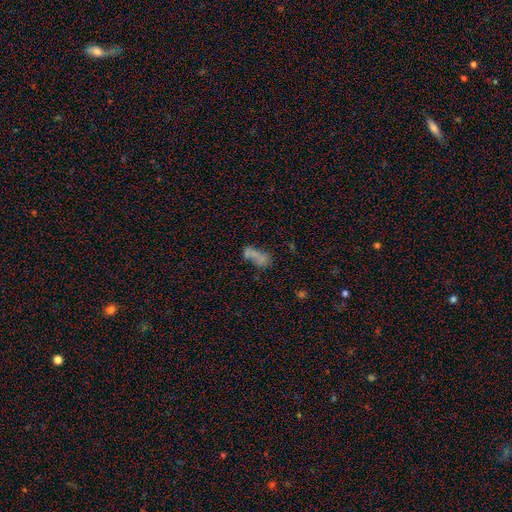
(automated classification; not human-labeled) This appears to be a smooth galaxy with no disk features (55%) that is in between round and cigar-shaped (75%). Merging: merger (42%).